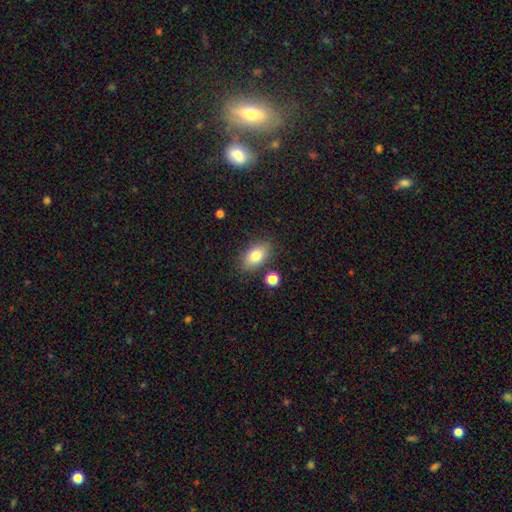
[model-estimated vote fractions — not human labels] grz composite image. It shows a smooth galaxy with no disk features (78%) that is in between round and cigar-shaped (87%). Merging: none (81%).